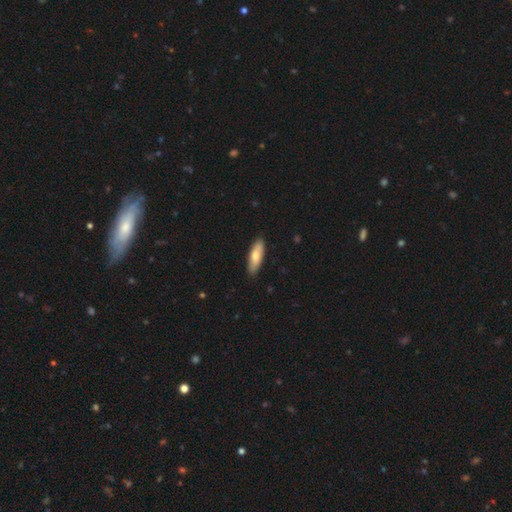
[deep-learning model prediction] Q: Smooth or featured?
A: smooth (71%); runner-up: featured or disk (25%)
Q: How rounded?
A: in between (57%); runner-up: cigar-shaped (41%)
Q: Merging?
A: none (89%); runner-up: minor disturbance (9%)